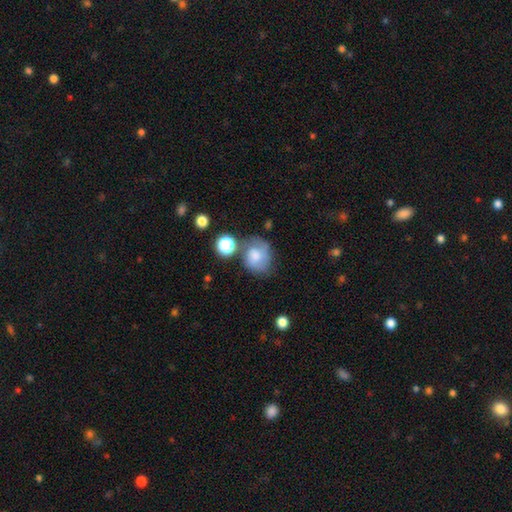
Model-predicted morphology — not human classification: A smooth galaxy with no disk features (63%) that is round (62%). Merging: none (47%).